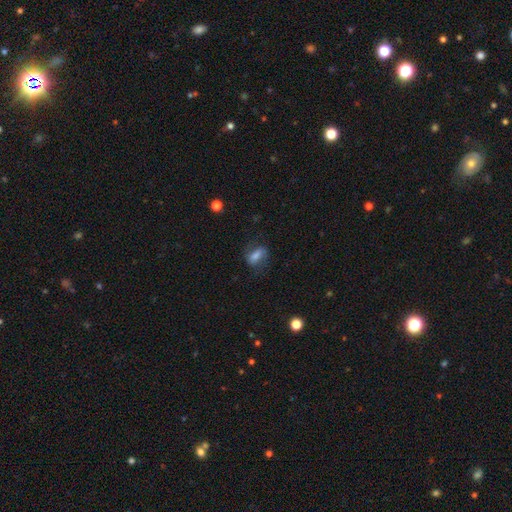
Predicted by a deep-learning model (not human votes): This is likely a smooth galaxy (63%). How rounded: likely in between (76%). Merging: likely none (64%).